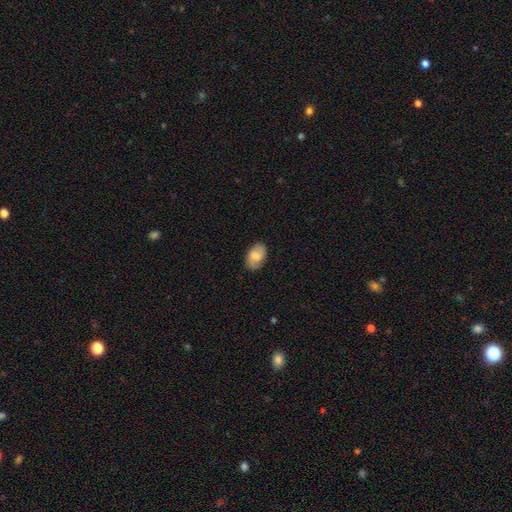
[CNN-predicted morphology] Overall: smooth (64%; featured or disk 29%). How rounded: in between (90%). Merging: none (81%).